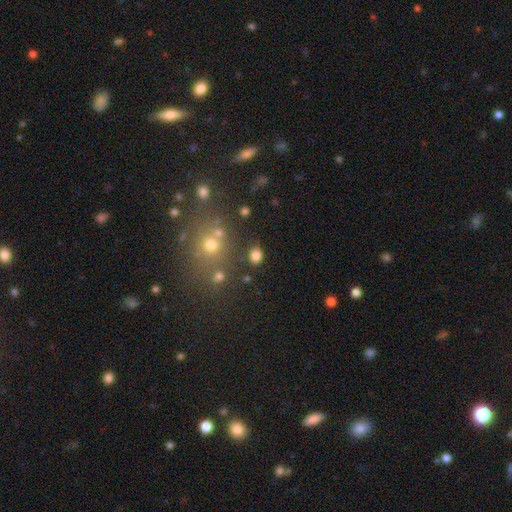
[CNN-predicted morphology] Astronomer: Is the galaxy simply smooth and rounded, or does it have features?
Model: smooth — 80%.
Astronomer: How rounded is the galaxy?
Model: in between — 52% (runner-up: round, 47%).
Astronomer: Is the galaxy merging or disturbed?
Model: none — 81%.